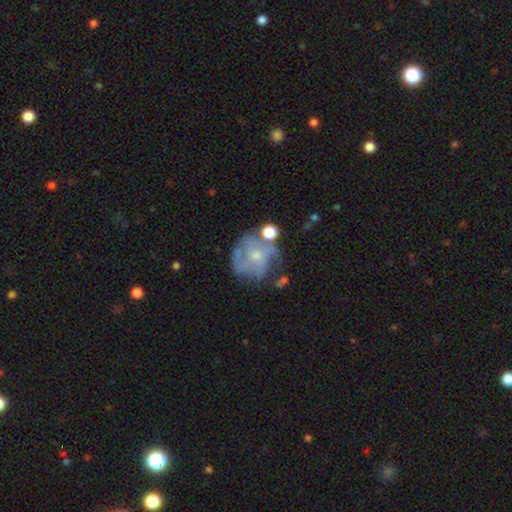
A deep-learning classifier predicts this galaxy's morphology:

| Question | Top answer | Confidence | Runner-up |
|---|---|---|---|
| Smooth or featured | featured or disk | 62% | smooth (28%) |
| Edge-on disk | no | 98% | yes (2%) |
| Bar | no | 80% | weak (18%) |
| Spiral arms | yes | 65% | no (35%) |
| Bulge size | small | 55% | moderate (35%) |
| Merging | none | 48% | minor disturbance (23%) |